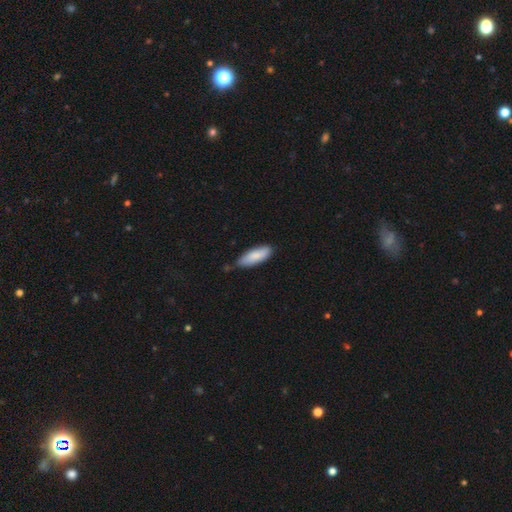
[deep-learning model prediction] Smooth or featured?
  - smooth: 86% *
  - featured or disk: 9%
  - star or artifact: 5%
How rounded?
  - in between: 62% *
  - cigar-shaped: 36%
  - round: 2%
Merging?
  - none: 66% *
  - minor disturbance: 27%
  - merger: 4%
  - major disturbance: 4%